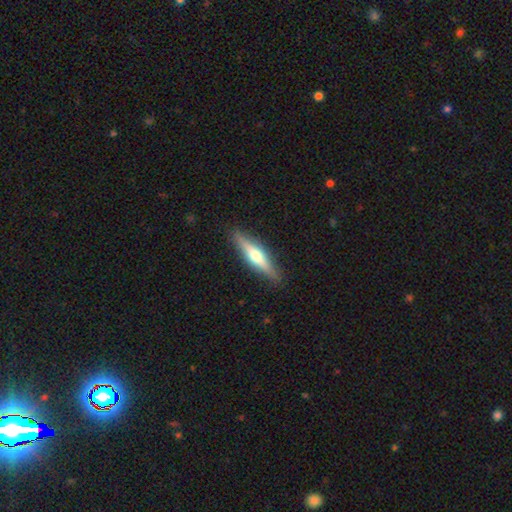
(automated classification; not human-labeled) Overall: featured or disk (60%; smooth 34%). Edge-on disk: yes (96%). Edge-on bulge: rounded (88%). Merging: none (89%).